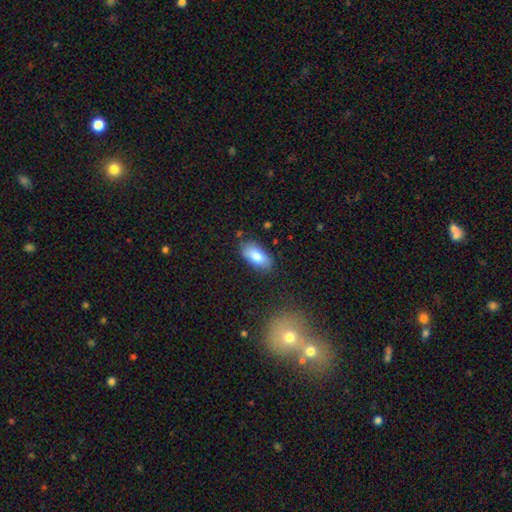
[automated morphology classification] Q: Smooth or featured?
A: smooth (81%); runner-up: featured or disk (12%)
Q: How rounded?
A: in between (90%); runner-up: cigar-shaped (7%)
Q: Merging?
A: none (80%); runner-up: minor disturbance (14%)